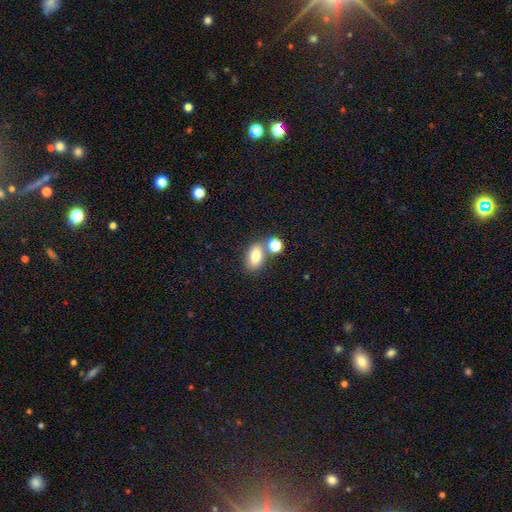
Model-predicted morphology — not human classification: The model was most divided on "merging": none: 64%, merger: 21%, minor disturbance: 11%, major disturbance: 4%. More confident: how rounded — in between (83%); smooth or featured — smooth (77%).